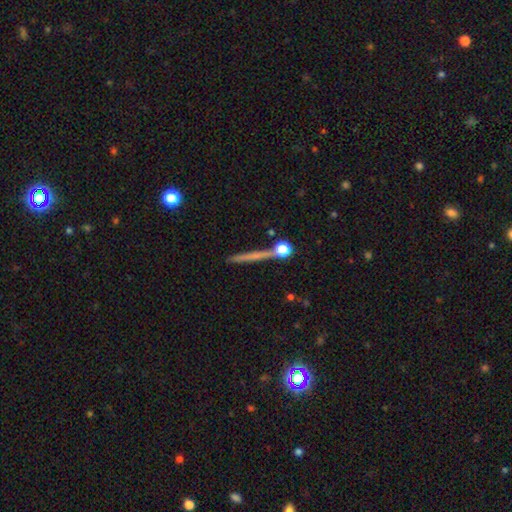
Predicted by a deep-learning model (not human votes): A smooth galaxy with no disk features (48%). Merging: none (82%).